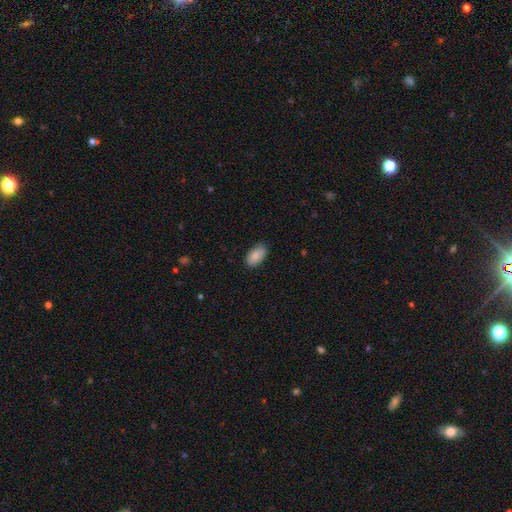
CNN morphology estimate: smooth_or_featured: smooth (p=0.84) [alt: featured or disk p=0.09]
how_rounded: in between (p=0.94) [alt: round p=0.04]
merging: none (p=0.84) [alt: minor disturbance p=0.13]